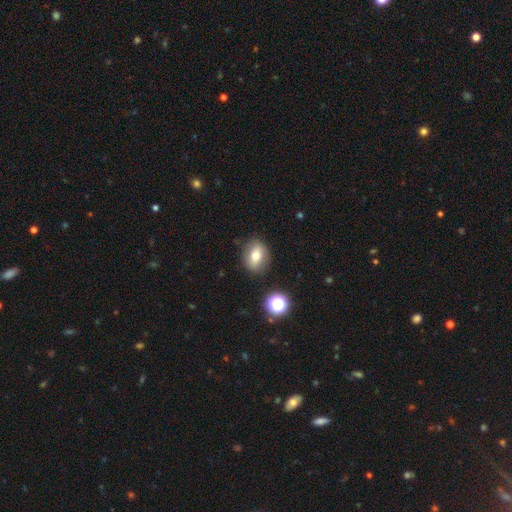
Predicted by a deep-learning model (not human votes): smooth 69%, featured or disk 20%, star or artifact 11%. Down the decision tree: how rounded — in between (59%); merging — none (83%).